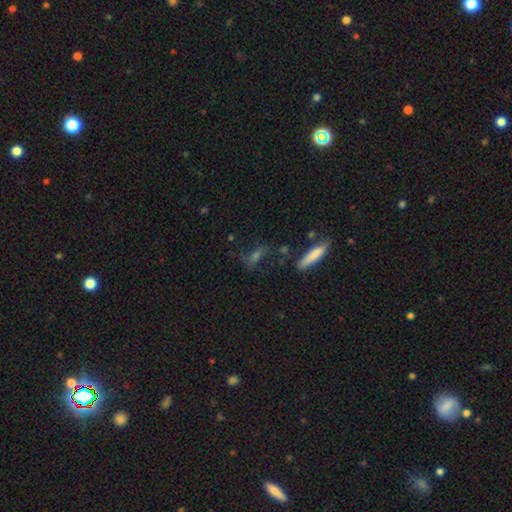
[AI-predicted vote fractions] smooth-or-featured: featured or disk: 41% | smooth: 38% | star or artifact: 21%
  merging: none: 66% | minor disturbance: 17% | major disturbance: 11% | merger: 7%